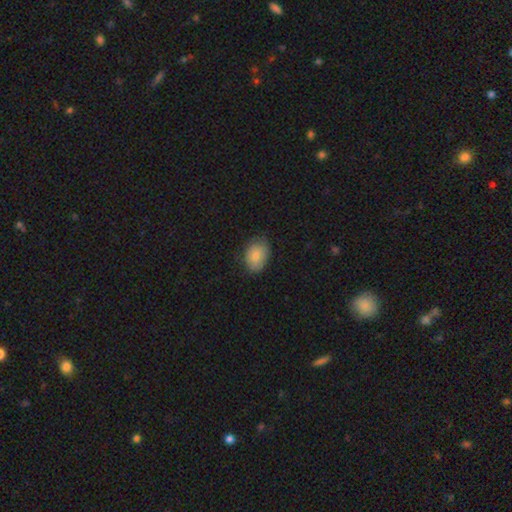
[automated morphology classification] smooth-or-featured: smooth: 82% | featured or disk: 11% | star or artifact: 7%
  how-rounded: in between: 76% | round: 23% | cigar-shaped: 1%
  merging: none: 75% | minor disturbance: 20% | major disturbance: 4% | merger: 1%